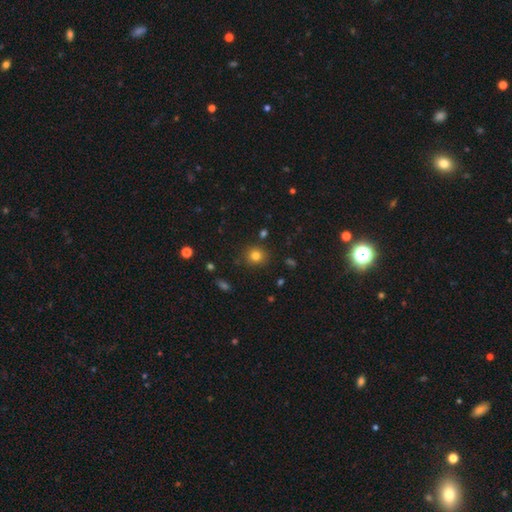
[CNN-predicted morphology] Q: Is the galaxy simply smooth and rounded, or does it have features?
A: smooth — 79%.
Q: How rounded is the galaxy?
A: round — 85%.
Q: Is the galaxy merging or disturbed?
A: none — 86%.